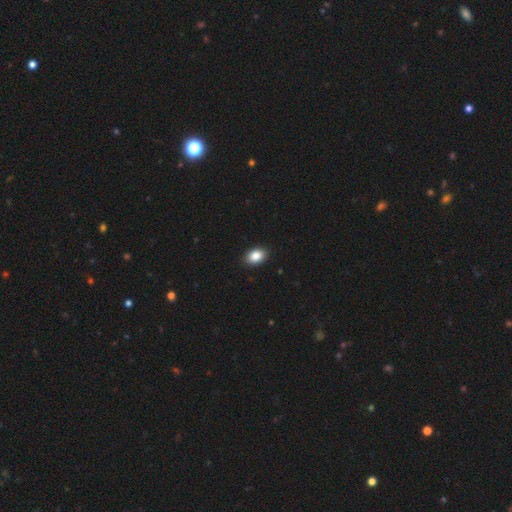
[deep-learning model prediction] smooth_or_featured: smooth (p=0.87) [alt: star or artifact p=0.08]
how_rounded: in between (p=0.85) [alt: round p=0.14]
merging: none (p=0.90) [alt: minor disturbance p=0.07]